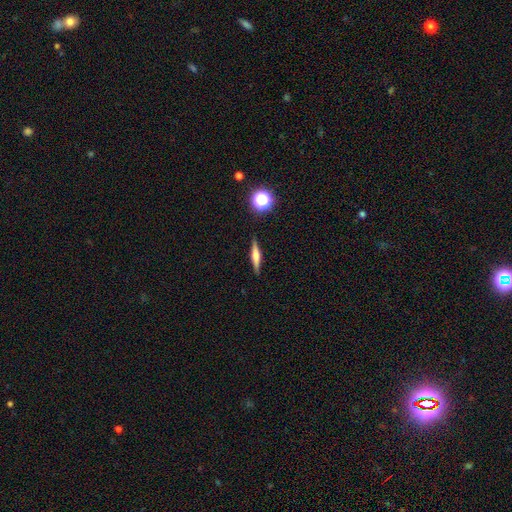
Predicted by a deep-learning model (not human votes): Morphology: type=featured or disk (54%); edge-on=yes (96%); edge-on bulge=rounded (73%); merging=none (89%).